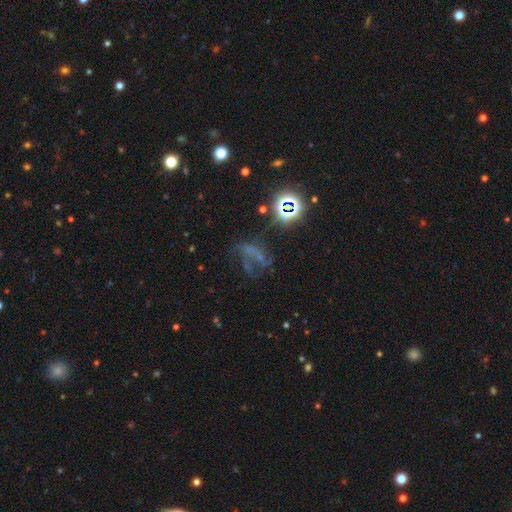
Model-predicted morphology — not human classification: The model was most divided on "smooth or featured": star or artifact: 42%, featured or disk: 37%, smooth: 22%.